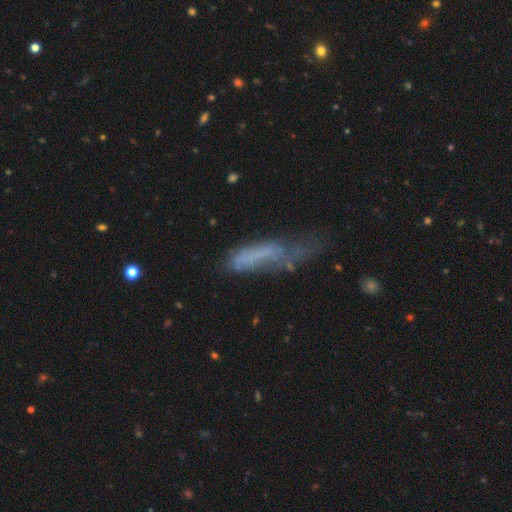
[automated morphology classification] smooth_or_featured: smooth (p=0.55) [alt: featured or disk p=0.30]
how_rounded: cigar-shaped (p=0.65) [alt: in between p=0.33]
merging: major disturbance (p=0.37) [alt: minor disturbance p=0.28]